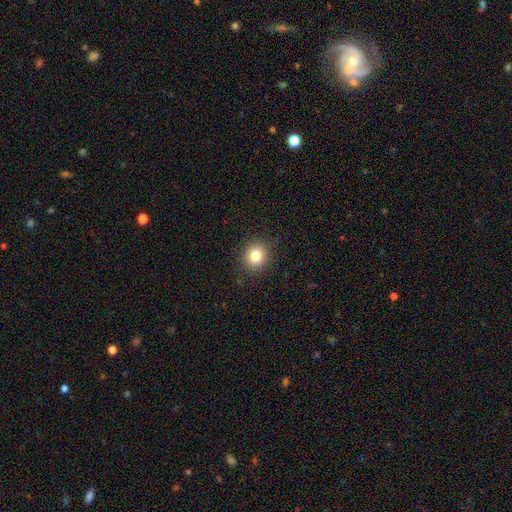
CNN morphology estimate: This is clearly a smooth galaxy (82%). How rounded: clearly round (80%). Merging: clearly none (90%).